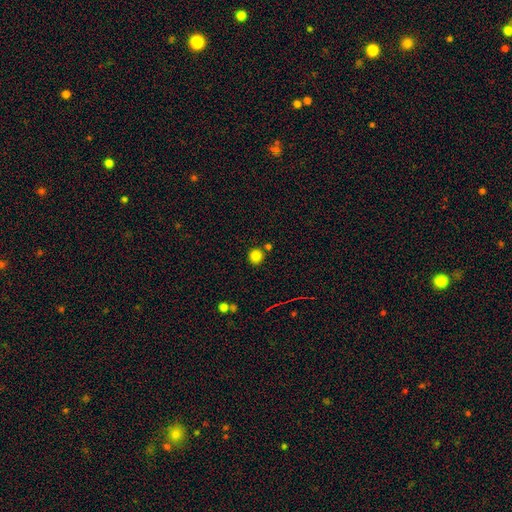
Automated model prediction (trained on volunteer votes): A smooth galaxy with no disk features (82%) that is round (91%). Merging: none (78%).